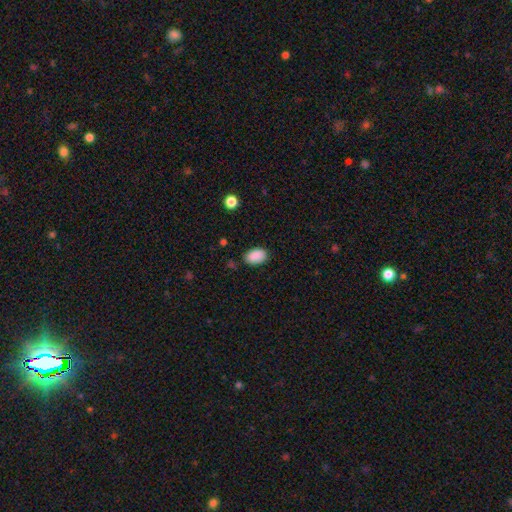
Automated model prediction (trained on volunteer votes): Morphology: type=smooth (89%); roundness=in between (88%); merging=none (83%).